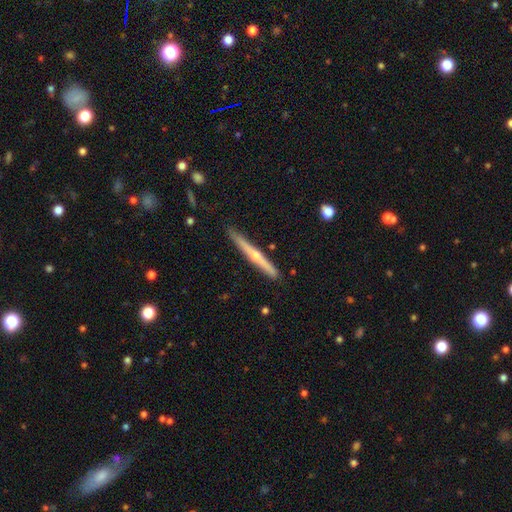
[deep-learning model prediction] smooth_or_featured: featured or disk (p=0.67) [alt: smooth p=0.27]
disk_edge_on: yes (p=0.97) [alt: no p=0.03]
edge_on_bulge: rounded (p=0.82) [alt: none p=0.16]
merging: none (p=0.86) [alt: minor disturbance p=0.10]